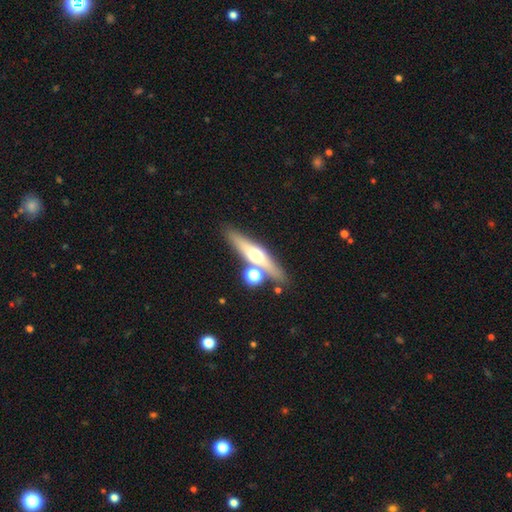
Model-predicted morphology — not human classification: smooth_or_featured: featured or disk (p=0.56) [alt: smooth p=0.36]
disk_edge_on: yes (p=0.91) [alt: no p=0.09]
edge_on_bulge: rounded (p=0.93) [alt: none p=0.03]
merging: none (p=0.76) [alt: merger p=0.13]